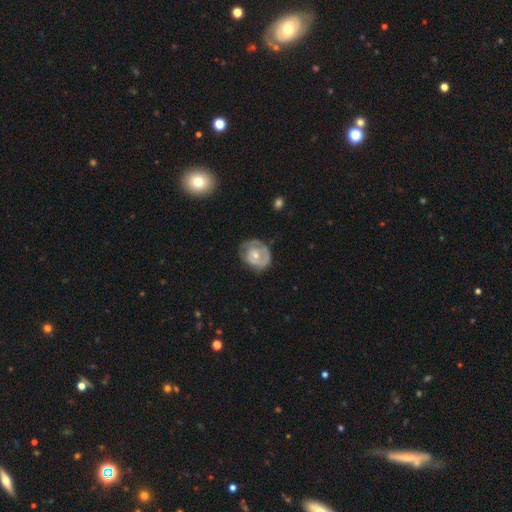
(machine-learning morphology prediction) A featured or disk galaxy (59%) with no bar (77%), spiral arms (60%) and a moderate central bulge (54%).

Vote fractions:
- Smooth or featured? featured or disk: 59% / smooth: 35% / star or artifact: 6%
- Edge-on disk? no: 97% / yes: 3%
- Bar? no: 77% / weak: 20% / strong: 4%
- Spiral arms? yes: 60% / no: 40%
- Bulge size? moderate: 54% / small: 40% / large: 3% / none: 2% / dominant: 1%
- Merging? none: 54% / minor disturbance: 29% / major disturbance: 15% / merger: 2%